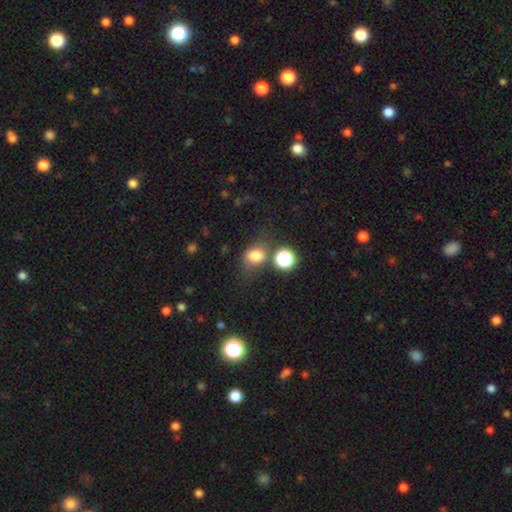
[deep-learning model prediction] Smooth or featured? Predicted: smooth (p=0.75). How rounded? Predicted: round (p=0.51). Merging? Predicted: none (p=0.55).